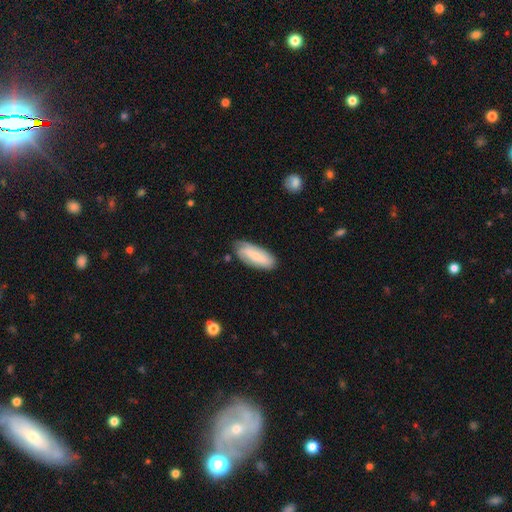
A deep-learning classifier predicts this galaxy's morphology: smooth-or-featured: smooth: 68% | featured or disk: 26% | star or artifact: 6%
  how-rounded: in between: 75% | cigar-shaped: 23% | round: 2%
  merging: none: 72% | minor disturbance: 21% | major disturbance: 5% | merger: 2%